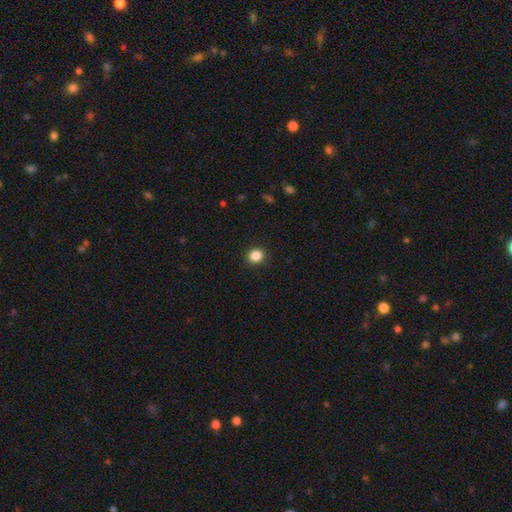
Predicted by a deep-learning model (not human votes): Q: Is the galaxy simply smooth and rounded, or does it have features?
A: smooth — 85%.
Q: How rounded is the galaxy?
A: round — 87%.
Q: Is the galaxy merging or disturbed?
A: none — 91%.